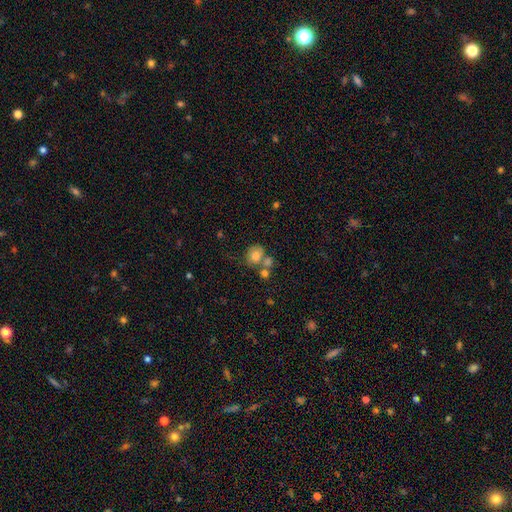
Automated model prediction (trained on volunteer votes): This is likely a smooth galaxy (74%). How rounded: likely round (70%). Merging: marginally none (43%).